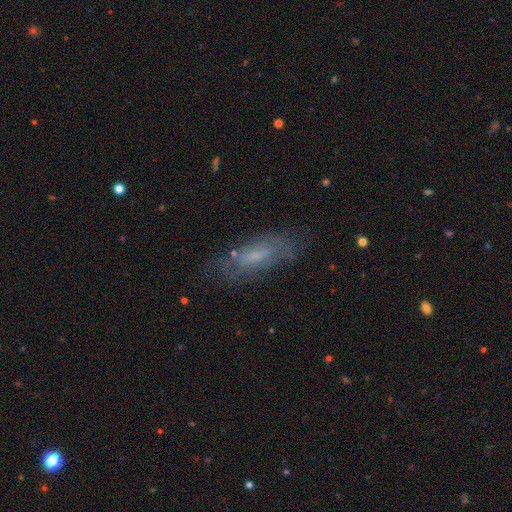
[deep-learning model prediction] Smooth or featured?
  - smooth: 47% *
  - featured or disk: 44%
  - star or artifact: 9%
Merging?
  - none: 71% *
  - minor disturbance: 19%
  - major disturbance: 8%
  - merger: 2%